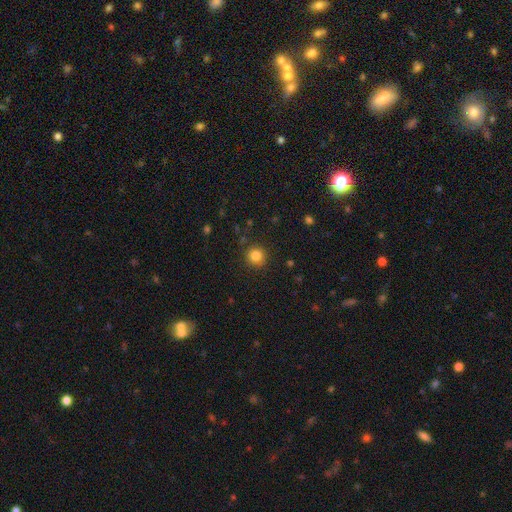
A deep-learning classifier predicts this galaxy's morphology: A smooth galaxy with no disk features (83%) that is round (94%). Merging: none (89%).